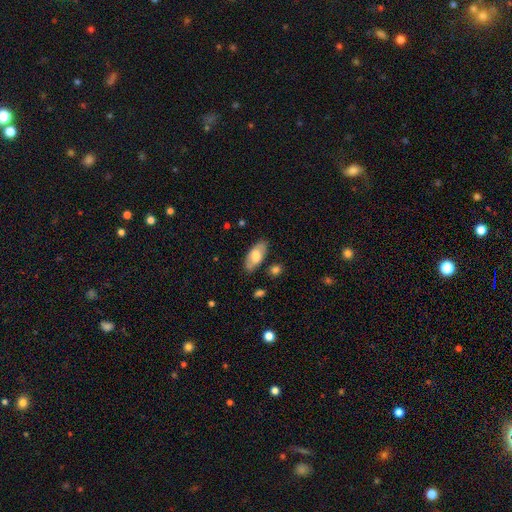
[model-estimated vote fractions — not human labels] Smooth or featured? smooth (64%)
How rounded? in between (88%)
Merging? none (78%)